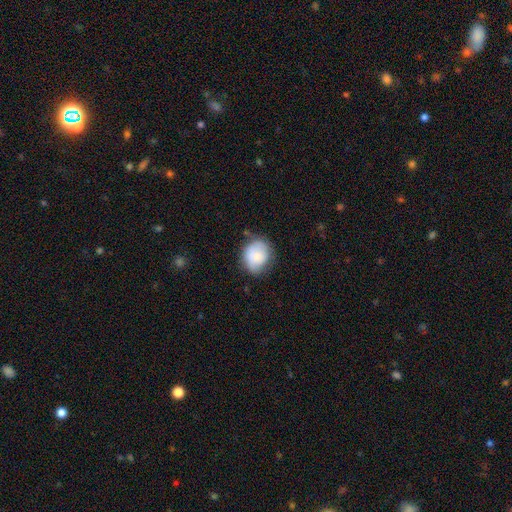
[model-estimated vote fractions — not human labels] smooth 78%, featured or disk 14%, star or artifact 7%. Down the decision tree: how rounded — round (56%); merging — none (60%).